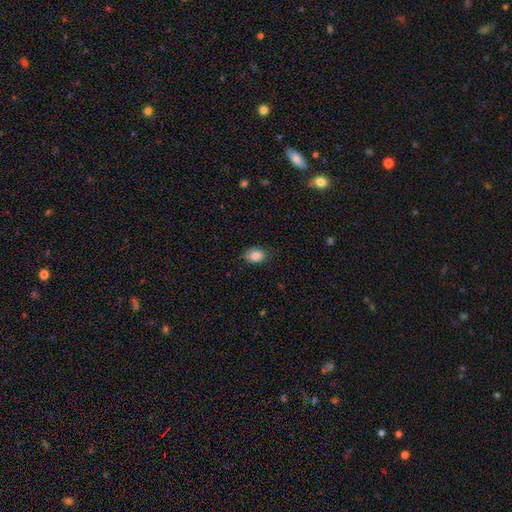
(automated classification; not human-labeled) smooth-or-featured: smooth: 85% | star or artifact: 8% | featured or disk: 6%
  how-rounded: in between: 77% | round: 21% | cigar-shaped: 1%
  merging: none: 74% | minor disturbance: 21% | major disturbance: 4% | merger: 1%